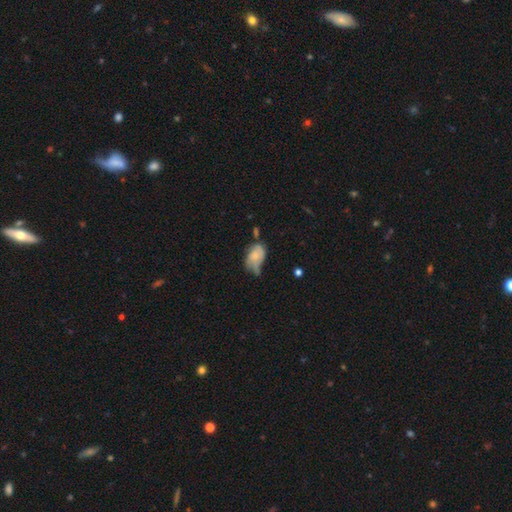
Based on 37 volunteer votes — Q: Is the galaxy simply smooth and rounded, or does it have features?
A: smooth — 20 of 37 (54%).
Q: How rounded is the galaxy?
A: in between — 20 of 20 (100%).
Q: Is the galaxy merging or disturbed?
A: minor disturbance — 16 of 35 (46%).